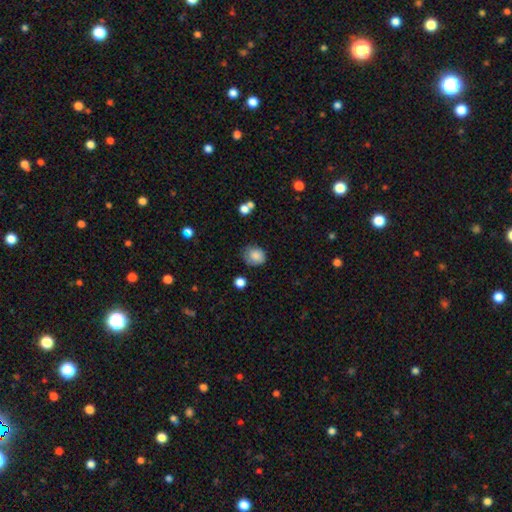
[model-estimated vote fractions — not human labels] smooth_or_featured: smooth (p=0.83) [alt: star or artifact p=0.09]
how_rounded: round (p=0.72) [alt: in between p=0.27]
merging: none (p=0.66) [alt: minor disturbance p=0.25]